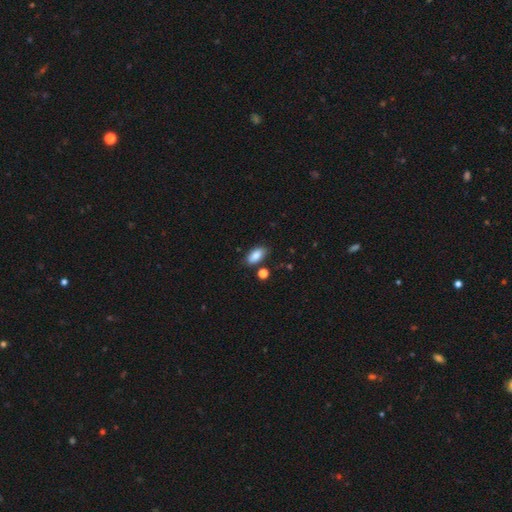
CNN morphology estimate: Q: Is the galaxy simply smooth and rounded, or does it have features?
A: smooth — 87%.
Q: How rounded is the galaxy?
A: in between — 91%.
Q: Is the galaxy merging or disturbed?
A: none — 78%.